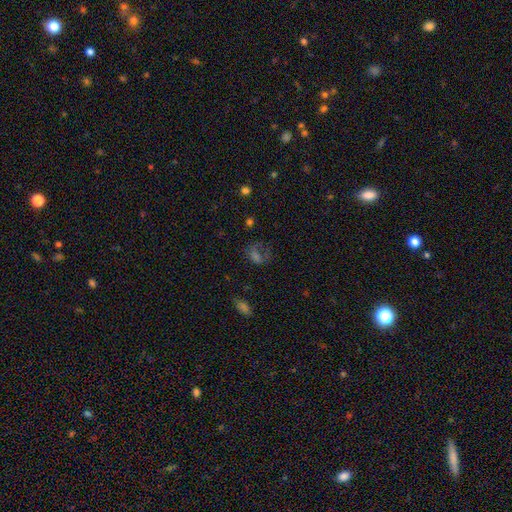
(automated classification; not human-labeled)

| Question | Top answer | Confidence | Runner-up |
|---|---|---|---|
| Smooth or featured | smooth | 40% | star or artifact (34%) |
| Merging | none | 44% | major disturbance (32%) |